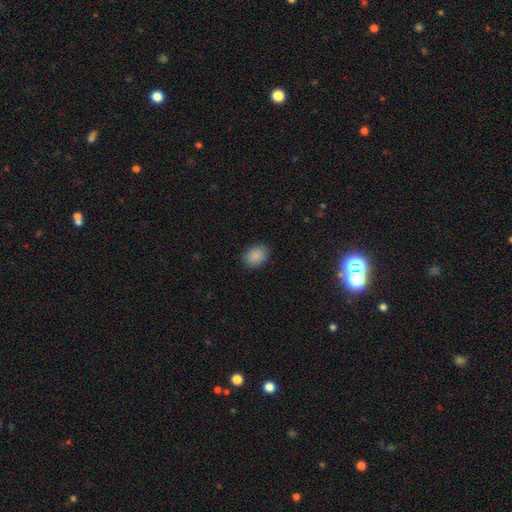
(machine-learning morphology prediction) Overall: smooth (88%). How rounded: in between (66%; round 33%). Merging: none (87%).